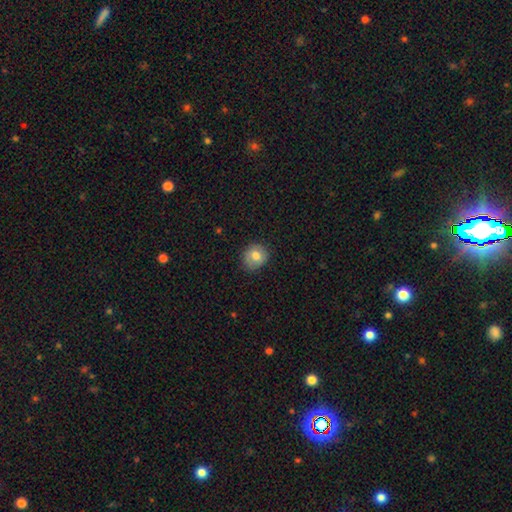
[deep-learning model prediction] The model was most divided on "how rounded": round: 78%, in between: 21%, cigar-shaped: 1%. More confident: merging — none (79%); smooth or featured — smooth (75%).